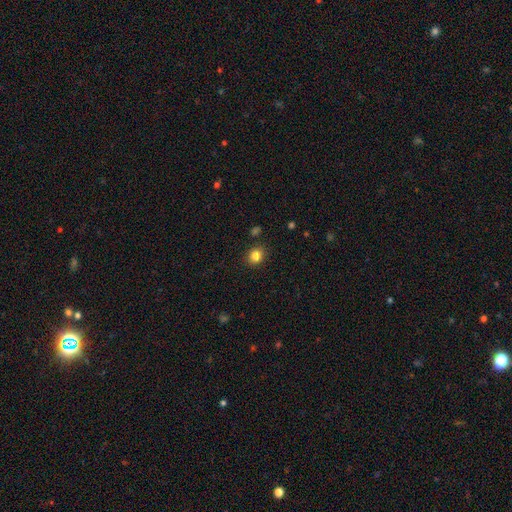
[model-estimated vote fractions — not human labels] A smooth galaxy with no disk features (84%) that is round (68%).

Vote fractions:
- Smooth or featured? smooth: 84% / star or artifact: 11% / featured or disk: 5%
- How rounded? round: 68% / in between: 31% / cigar-shaped: 1%
- Merging? none: 87% / minor disturbance: 9% / major disturbance: 2% / merger: 2%